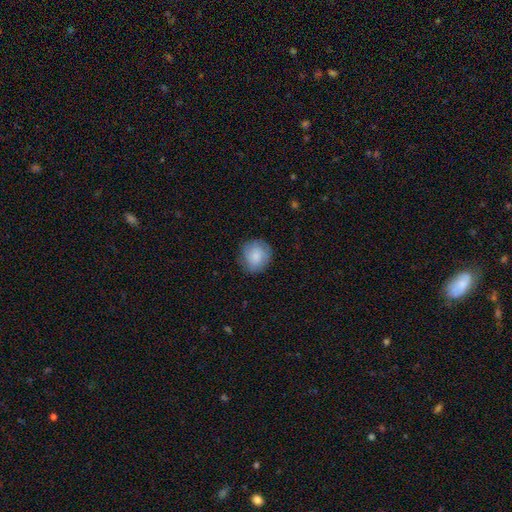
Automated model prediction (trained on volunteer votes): This is clearly a smooth galaxy (80%). How rounded: clearly round (86%). Merging: likely none (79%).